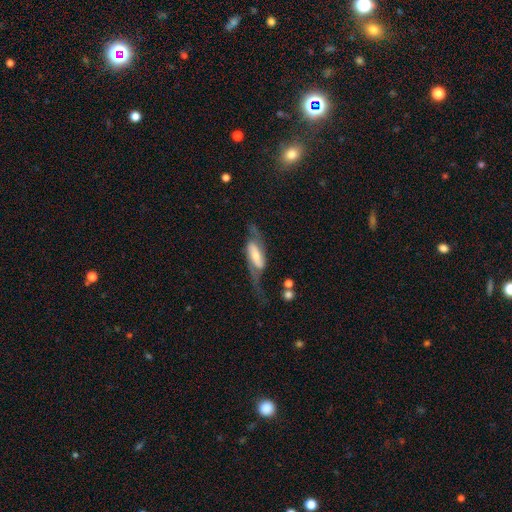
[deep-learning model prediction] Smooth or featured?
  - featured or disk: 73% *
  - smooth: 21%
  - star or artifact: 6%
Edge-on disk?
  - no: 87% *
  - yes: 13%
Bar?
  - strong: 45% *
  - weak: 32%
  - no: 23%
Spiral arms?
  - yes: 89% *
  - no: 11%
Spiral winding?
  - loose: 64% *
  - medium: 27%
  - tight: 8%
Spiral arm count?
  - 2: 88% *
  - 1: 4%
  - can't tell: 4%
  - 3: 1%
  - 4: 1%
  - more than 4: 1%
Bulge size?
  - small: 35% * (tied)
  - moderate: 35% * (tied)
  - large: 16%
  - none: 9%
  - dominant: 5%
Merging?
  - none: 47% *
  - major disturbance: 29%
  - minor disturbance: 19%
  - merger: 5%